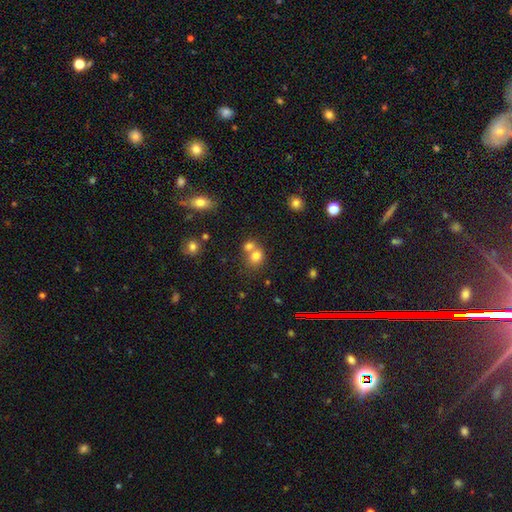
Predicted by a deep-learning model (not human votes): Smooth or featured: smooth — 75% (star or artifact — 13%)
How rounded: round — 66% (in between — 33%)
Merging: merger — 52% (none — 38%)